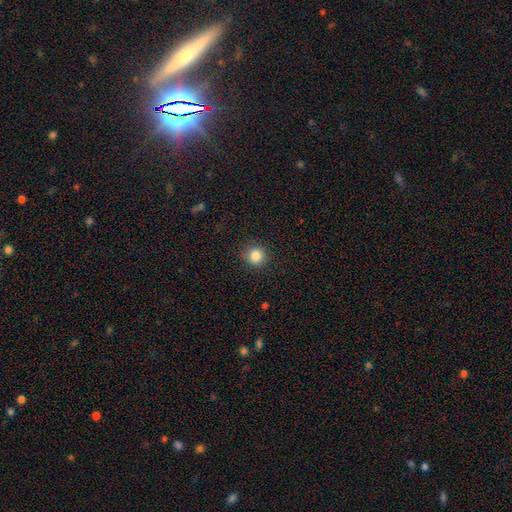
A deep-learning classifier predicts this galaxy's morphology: A smooth galaxy with no disk features (85%) that is round (93%).

Vote fractions:
- Smooth or featured? smooth: 85% / star or artifact: 11% / featured or disk: 4%
- How rounded? round: 93% / in between: 6% / cigar-shaped: 1%
- Merging? none: 90% / minor disturbance: 6% / major disturbance: 2% / merger: 1%